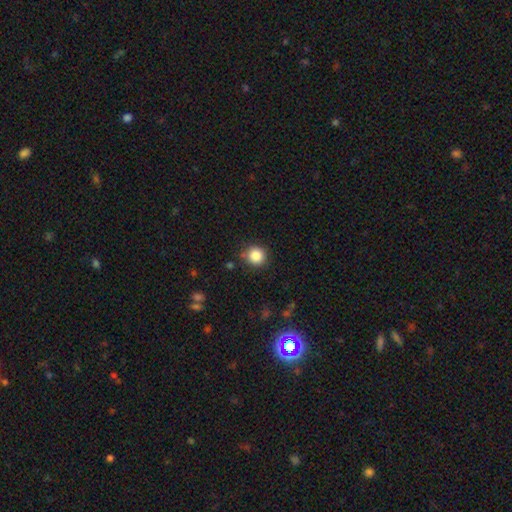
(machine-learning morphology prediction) smooth_or_featured: smooth (p=0.86) [alt: star or artifact p=0.11]
how_rounded: round (p=0.93) [alt: in between p=0.06]
merging: none (p=0.84) [alt: minor disturbance p=0.10]